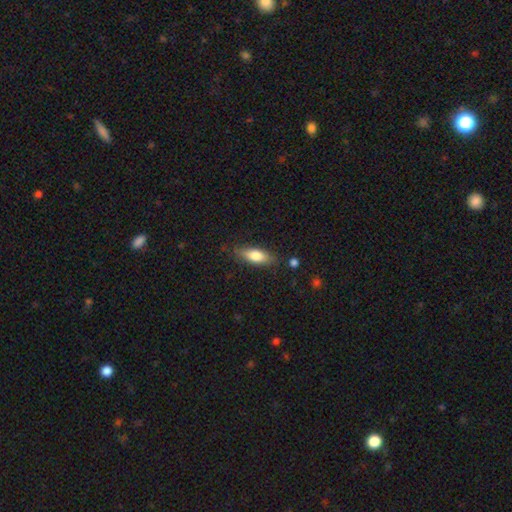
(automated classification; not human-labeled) Morphology: type=smooth (72%); roundness=in between (63%); merging=none (80%).